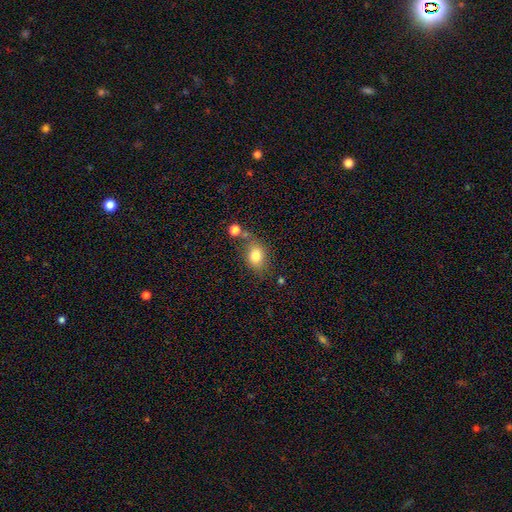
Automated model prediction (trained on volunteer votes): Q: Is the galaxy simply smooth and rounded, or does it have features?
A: smooth — 79%.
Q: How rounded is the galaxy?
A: in between — 63%.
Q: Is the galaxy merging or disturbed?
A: none — 63%.